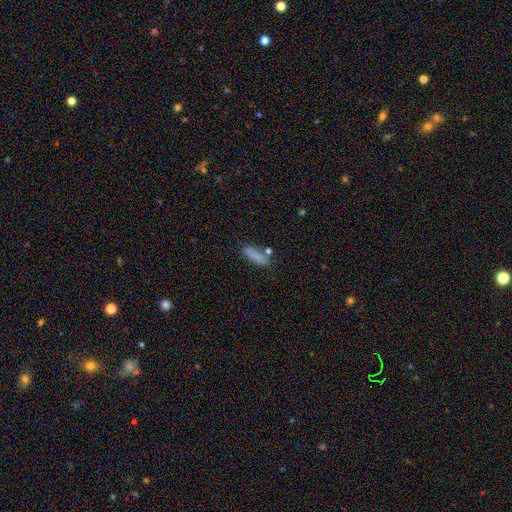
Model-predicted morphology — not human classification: The model was most divided on "how rounded": cigar-shaped: 58%, in between: 39%, round: 3%. More confident: smooth or featured — smooth (82%); merging — none (72%).